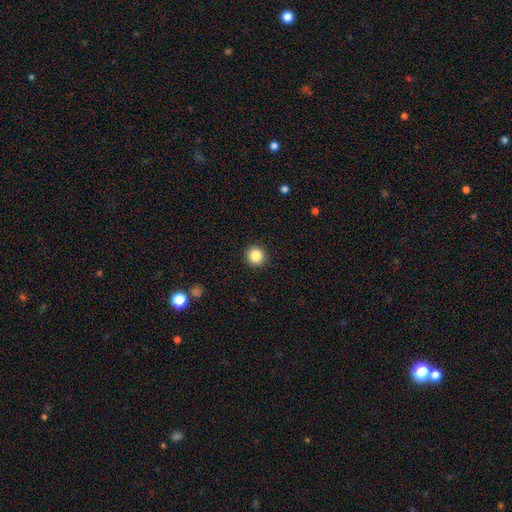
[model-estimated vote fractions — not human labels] Smooth or featured: smooth — 86% (star or artifact — 10%)
How rounded: round — 94% (in between — 5%)
Merging: none — 92% (minor disturbance — 5%)